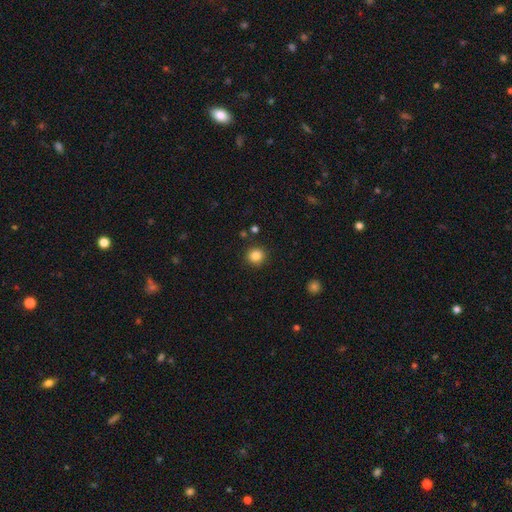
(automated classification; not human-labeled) A smooth galaxy with no disk features (85%) that is round (92%).

Vote fractions:
- Smooth or featured? smooth: 85% / star or artifact: 11% / featured or disk: 4%
- How rounded? round: 92% / in between: 7% / cigar-shaped: 1%
- Merging? none: 89% / minor disturbance: 6% / major disturbance: 2% / merger: 2%